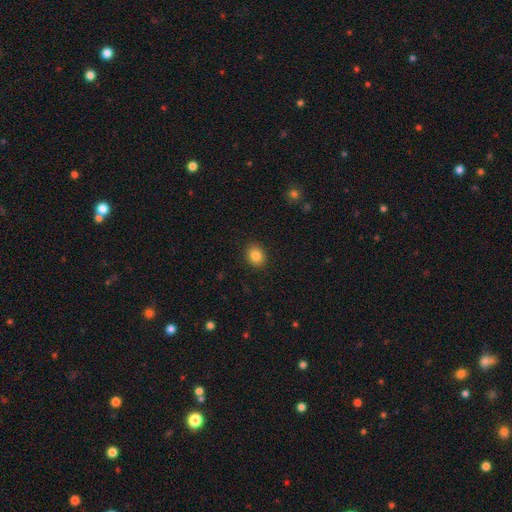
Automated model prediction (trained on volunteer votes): smooth-or-featured: smooth: 85% | star or artifact: 10% | featured or disk: 5%
  how-rounded: round: 61% | in between: 39% | cigar-shaped: 1%
  merging: none: 90% | minor disturbance: 7% | major disturbance: 2% | merger: 1%